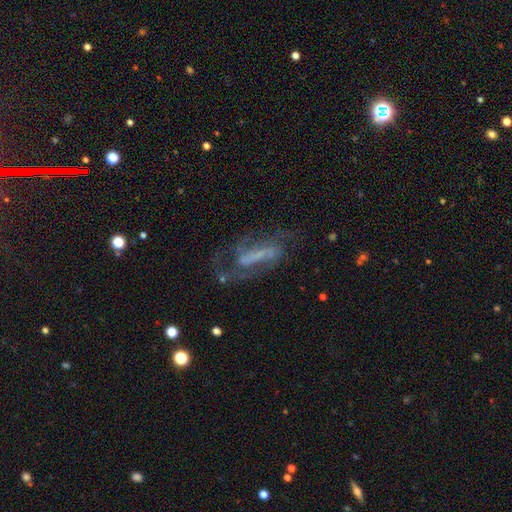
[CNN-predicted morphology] Smooth or featured? featured or disk (72%)
Edge-on disk? no (87%)
Bar? strong (51%)
Spiral arms? yes (80%)
Spiral winding? medium (44%)
Spiral arm count? 2 (70%)
Bulge size? none (54%)
Merging? none (53%)